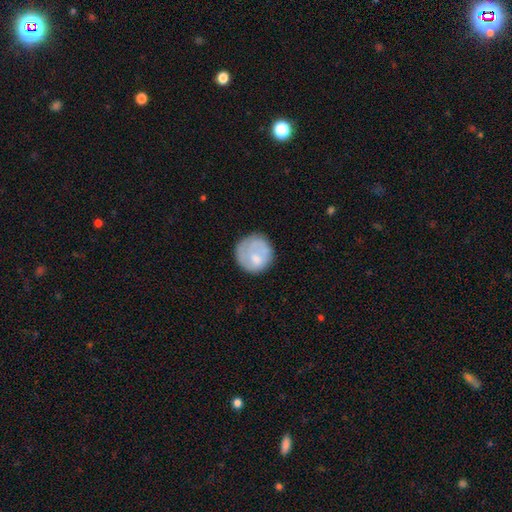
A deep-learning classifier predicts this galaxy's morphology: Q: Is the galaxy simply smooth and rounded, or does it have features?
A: smooth — 70%.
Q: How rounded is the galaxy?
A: round — 90%.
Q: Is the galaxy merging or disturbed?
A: none — 68%.